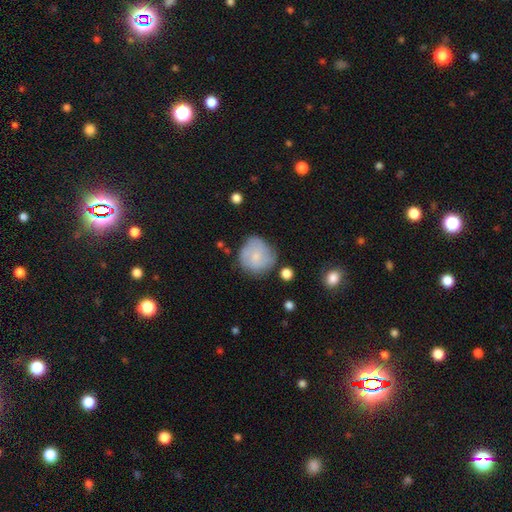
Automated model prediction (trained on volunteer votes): Morphology: type=smooth (62%); roundness=round (87%); merging=none (62%).